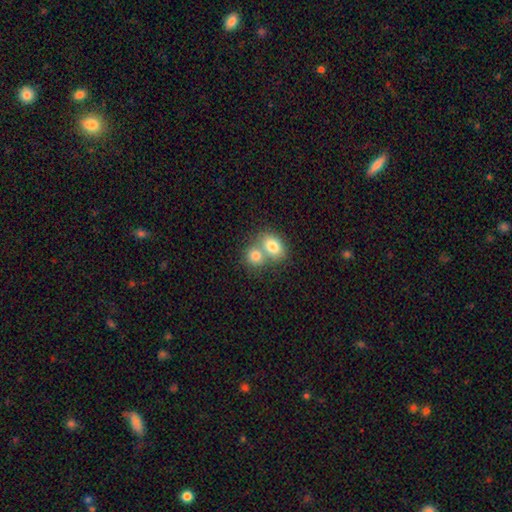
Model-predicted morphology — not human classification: Smooth or featured? smooth (80%)
How rounded? round (55%)
Merging? merger (62%)